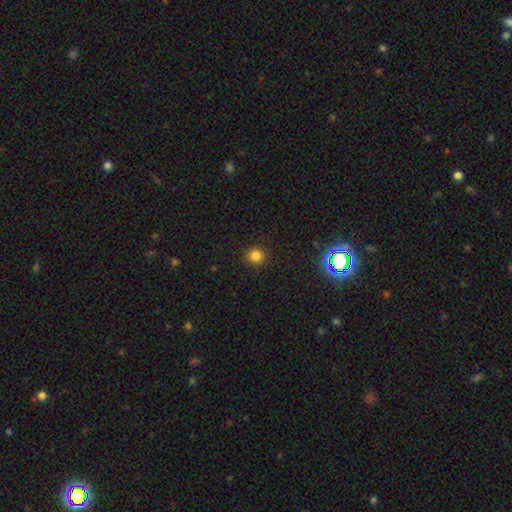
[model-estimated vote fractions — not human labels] Smooth or featured?
  - smooth: 82% *
  - star or artifact: 14%
  - featured or disk: 4%
How rounded?
  - round: 92% *
  - in between: 7%
  - cigar-shaped: 1%
Merging?
  - none: 92% *
  - minor disturbance: 5%
  - major disturbance: 2%
  - merger: 1%